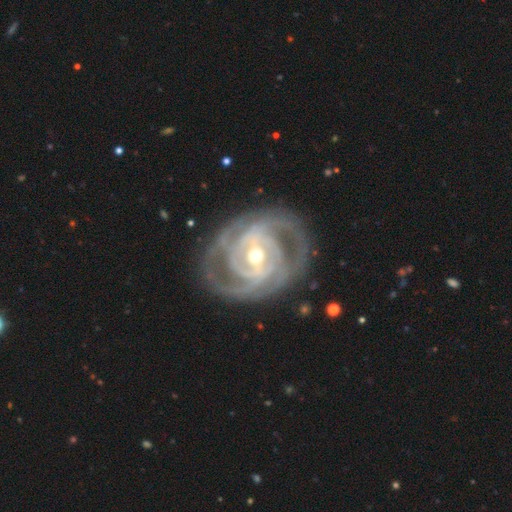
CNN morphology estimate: Overall: featured or disk (92%). Edge-on disk: no (97%). Bar: weak (40%; strong 39%). Spiral arms: yes (97%). Spiral arm count: 3 (30%; 2 28%). Spiral winding: tight (66%; medium 29%). Bulge size: moderate (53%; small 43%). Merging: none (78%).